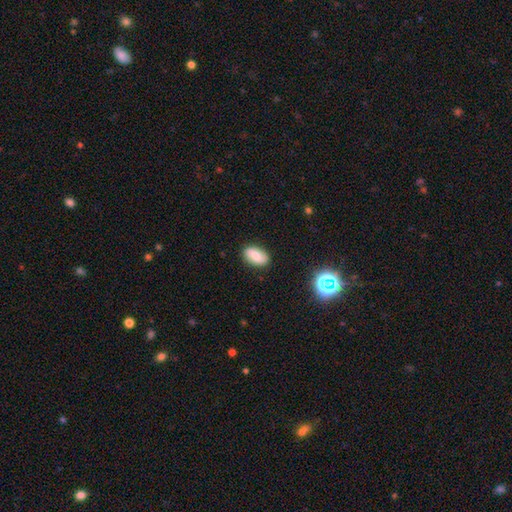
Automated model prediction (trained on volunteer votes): Smooth or featured: smooth — 72% (featured or disk — 19%)
How rounded: in between — 91% (round — 6%)
Merging: none — 85% (minor disturbance — 12%)